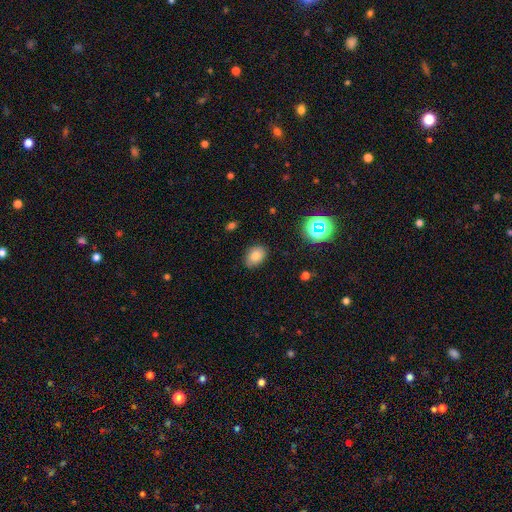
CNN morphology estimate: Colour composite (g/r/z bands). It shows a smooth galaxy with no disk features (80%) that is in between round and cigar-shaped (75%). Merging: none (81%).